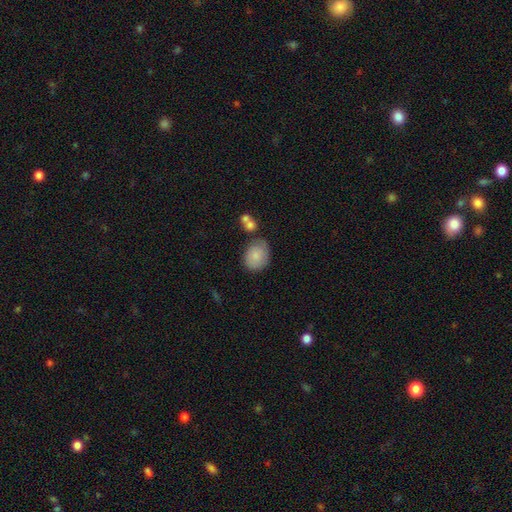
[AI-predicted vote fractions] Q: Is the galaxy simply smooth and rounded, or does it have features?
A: smooth — 82%.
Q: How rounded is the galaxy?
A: in between — 55%.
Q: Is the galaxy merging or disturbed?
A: none — 61%.